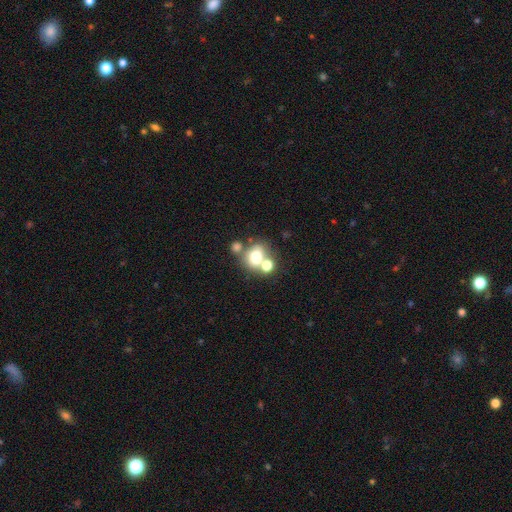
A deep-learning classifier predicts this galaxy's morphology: A smooth galaxy with no disk features (67%) that is round (57%).

Vote fractions:
- Smooth or featured? smooth: 67% / featured or disk: 19% / star or artifact: 14%
- How rounded? round: 57% / in between: 42% / cigar-shaped: 1%
- Merging? merger: 45% / none: 39% / minor disturbance: 10% / major disturbance: 6%